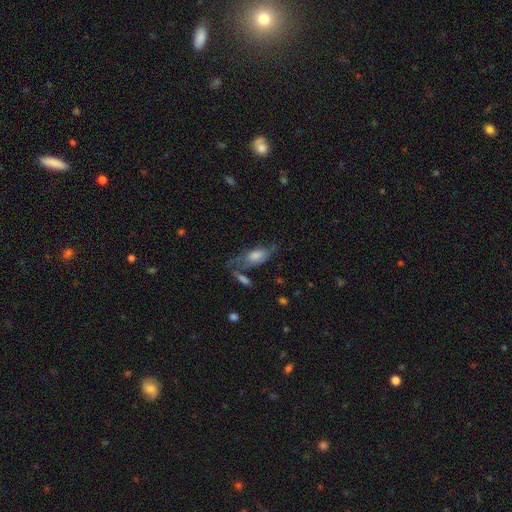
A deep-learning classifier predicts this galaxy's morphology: Smooth or featured?
  - featured or disk: 51% *
  - smooth: 38%
  - star or artifact: 11%
Edge-on disk?
  - no: 76% *
  - yes: 24%
Merging?
  - none: 44% *
  - minor disturbance: 22%
  - major disturbance: 20%
  - merger: 13%